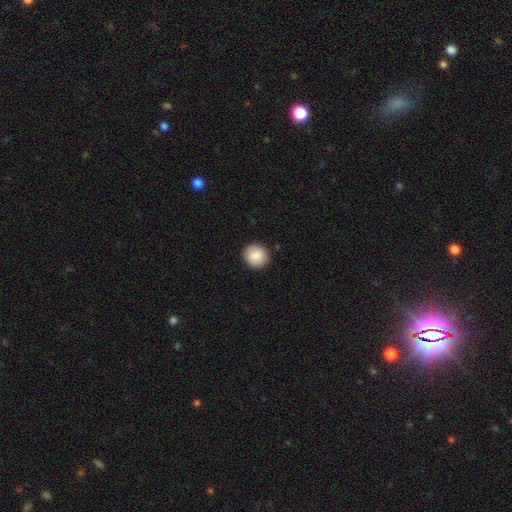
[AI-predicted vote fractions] Smooth or featured?
  - smooth: 86% *
  - star or artifact: 7%
  - featured or disk: 7%
How rounded?
  - round: 87% *
  - in between: 12%
  - cigar-shaped: 1%
Merging?
  - none: 90% *
  - minor disturbance: 7%
  - major disturbance: 2%
  - merger: 1%